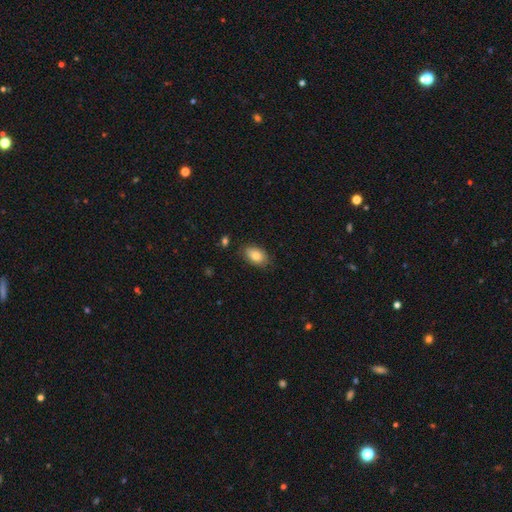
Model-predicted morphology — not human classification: The model was most divided on "merging": none: 81%, minor disturbance: 15%, major disturbance: 3%, merger: 2%. More confident: how rounded — in between (89%); smooth or featured — smooth (80%).